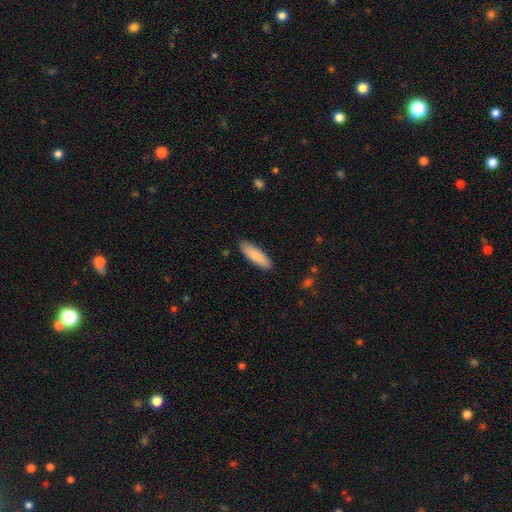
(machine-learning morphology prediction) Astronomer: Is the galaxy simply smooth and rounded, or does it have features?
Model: smooth — 84%.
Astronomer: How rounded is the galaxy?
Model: cigar-shaped — 56% (runner-up: in between, 42%).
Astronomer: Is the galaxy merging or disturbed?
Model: none — 89%.